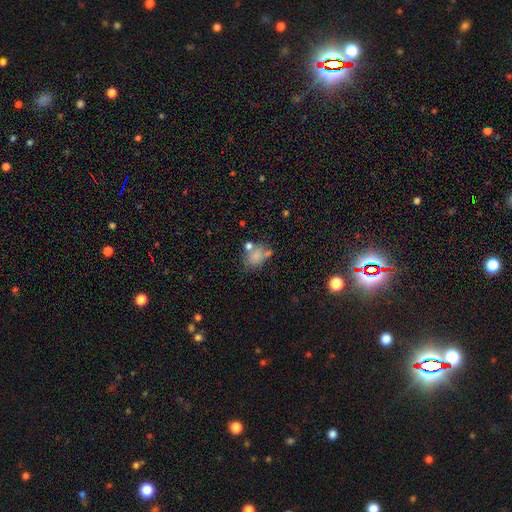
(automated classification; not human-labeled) smooth-or-featured: smooth: 68% | featured or disk: 18% | star or artifact: 13%
  how-rounded: in between: 68% | round: 30% | cigar-shaped: 2%
  merging: none: 43% | merger: 24% | minor disturbance: 21% | major disturbance: 13%